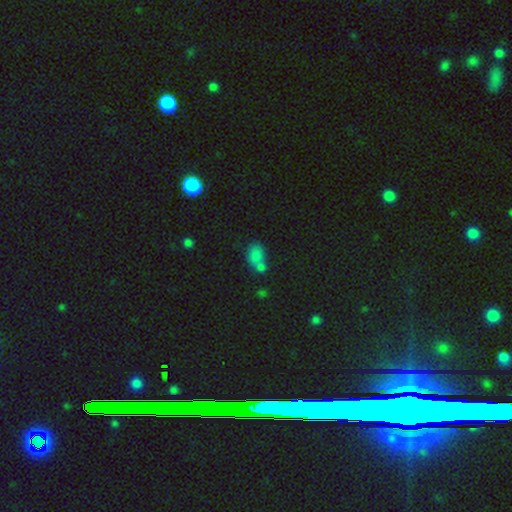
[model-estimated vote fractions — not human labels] Smooth or featured?
  - smooth: 75% *
  - star or artifact: 17%
  - featured or disk: 9%
How rounded?
  - in between: 74% *
  - round: 24%
  - cigar-shaped: 2%
Merging?
  - merger: 46% *
  - none: 34%
  - minor disturbance: 13%
  - major disturbance: 7%